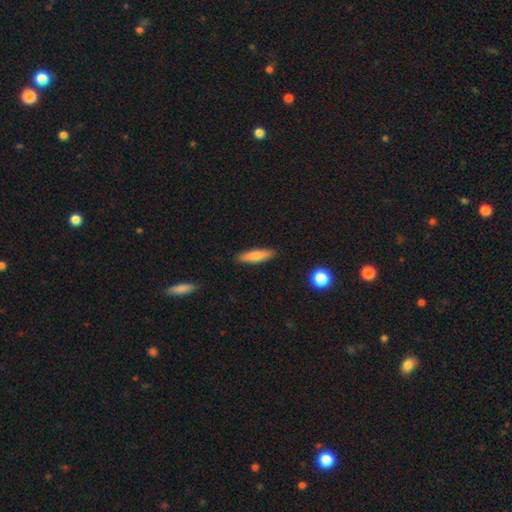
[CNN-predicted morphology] Smooth or featured? Predicted: smooth (p=0.77). How rounded? Predicted: cigar-shaped (p=0.77). Merging? Predicted: none (p=0.89).